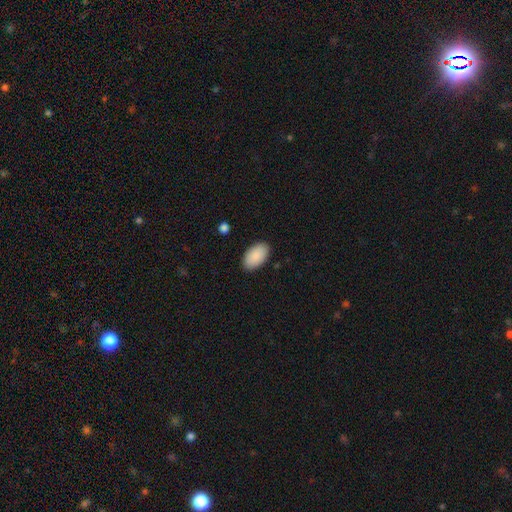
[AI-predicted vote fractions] Smooth or featured? Predicted: smooth (p=0.91). How rounded? Predicted: in between (p=0.96). Merging? Predicted: none (p=0.89).